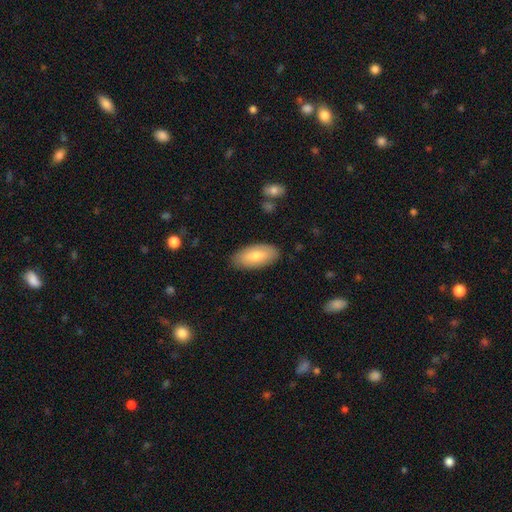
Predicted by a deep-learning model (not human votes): Smooth or featured: smooth — 75% (featured or disk — 19%)
How rounded: in between — 92% (cigar-shaped — 6%)
Merging: none — 85% (minor disturbance — 12%)